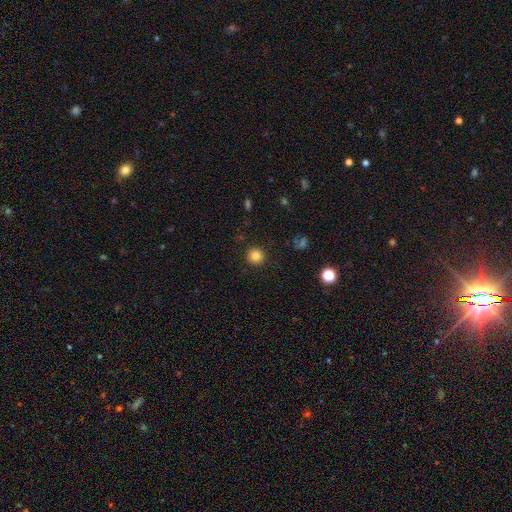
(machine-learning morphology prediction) Overall: smooth (83%). How rounded: round (94%). Merging: none (91%).